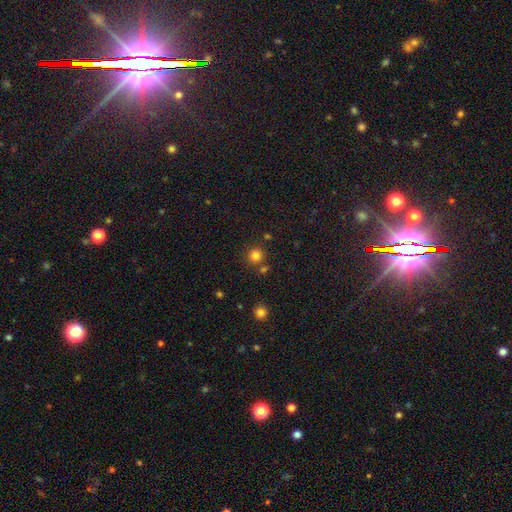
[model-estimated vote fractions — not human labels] Smooth or featured? smooth (81%)
How rounded? round (93%)
Merging? none (80%)